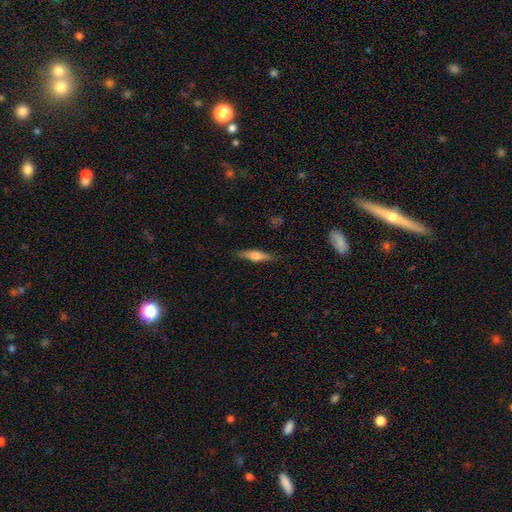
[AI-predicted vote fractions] Smooth or featured? smooth (50%)
How rounded? cigar-shaped (75%)
Merging? none (86%)